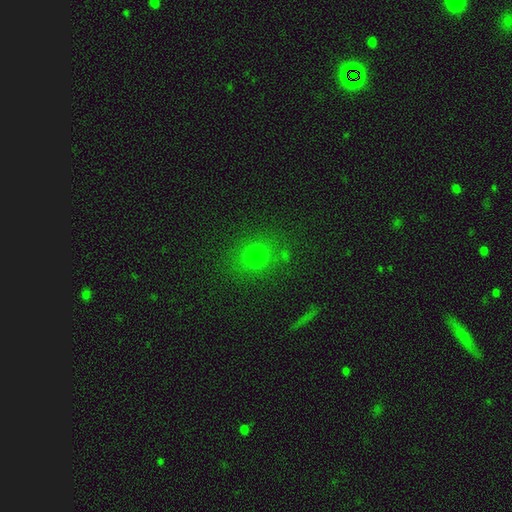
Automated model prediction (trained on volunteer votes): smooth-or-featured: smooth: 73% | star or artifact: 19% | featured or disk: 8%
  how-rounded: round: 84% | in between: 15% | cigar-shaped: 1%
  merging: none: 81% | minor disturbance: 11% | major disturbance: 5% | merger: 4%